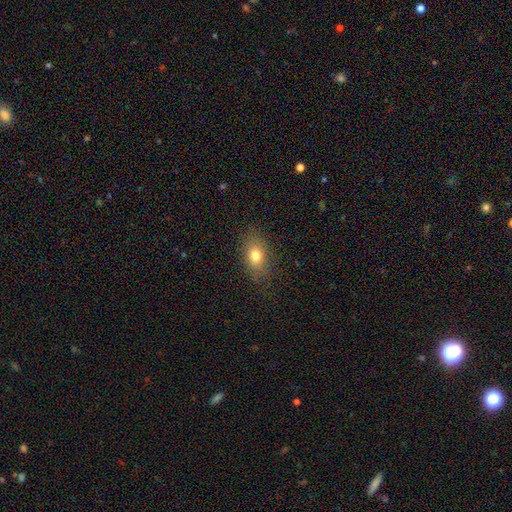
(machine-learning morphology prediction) A smooth galaxy with no disk features (76%) that is in between round and cigar-shaped (75%).

Vote fractions:
- Smooth or featured? smooth: 76% / featured or disk: 12% / star or artifact: 11%
- How rounded? in between: 75% / round: 22% / cigar-shaped: 4%
- Merging? none: 84% / minor disturbance: 12% / major disturbance: 4% / merger: 1%